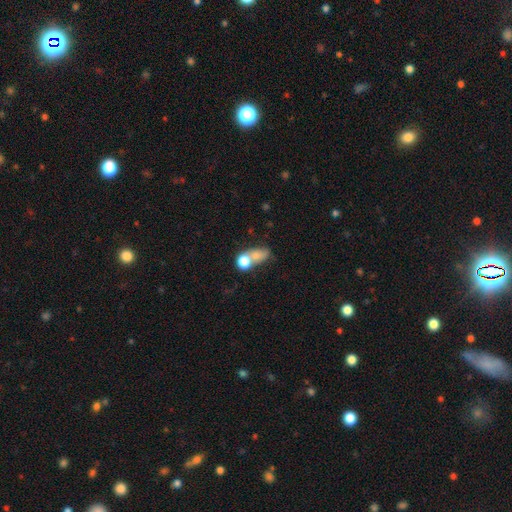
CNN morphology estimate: This is likely a smooth galaxy (71%). How rounded: possibly in between (55%). Merging: likely merger (61%).